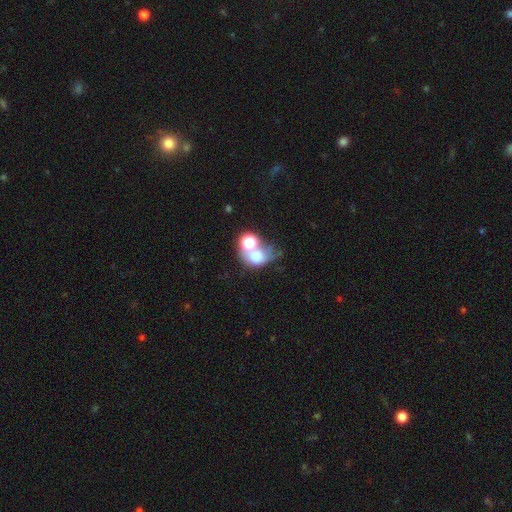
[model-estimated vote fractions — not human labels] A smooth galaxy with no disk features (59%) that is in between round and cigar-shaped (50%). Merging: merger (51%).